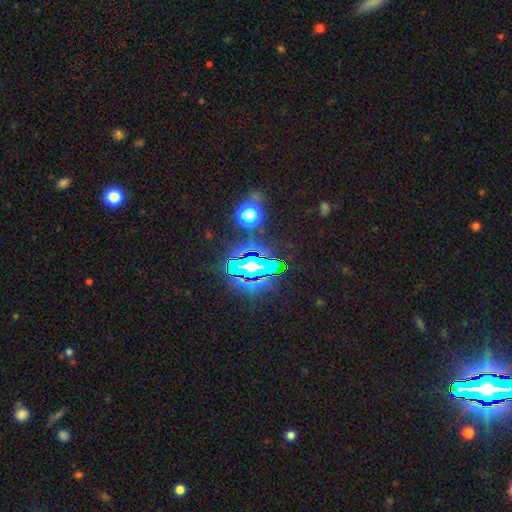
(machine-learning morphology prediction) Q: Smooth or featured?
A: star or artifact (81%); runner-up: smooth (12%)